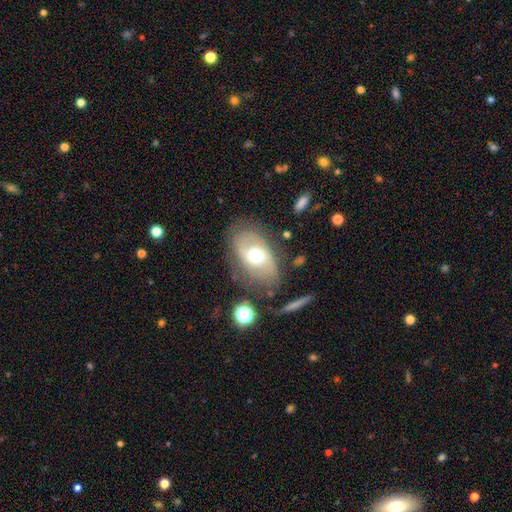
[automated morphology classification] featured or disk 51%, smooth 40%, star or artifact 9%. Down the decision tree: edge-on disk — no (91%); merging — none (68%).